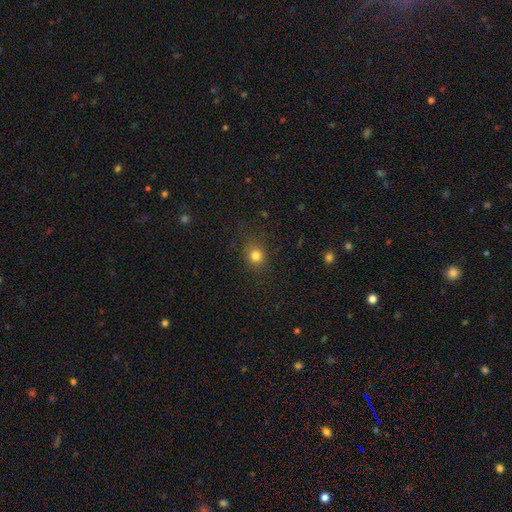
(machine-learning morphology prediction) Smooth or featured? Predicted: smooth (p=0.81). How rounded? Predicted: round (p=0.80). Merging? Predicted: none (p=0.85).